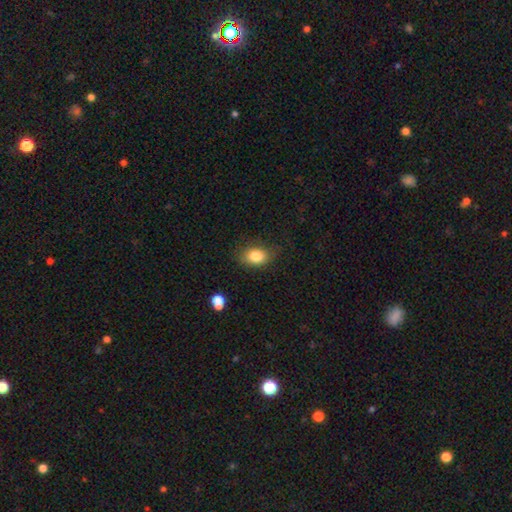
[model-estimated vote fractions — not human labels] Smooth or featured? smooth (82%)
How rounded? in between (68%)
Merging? none (74%)